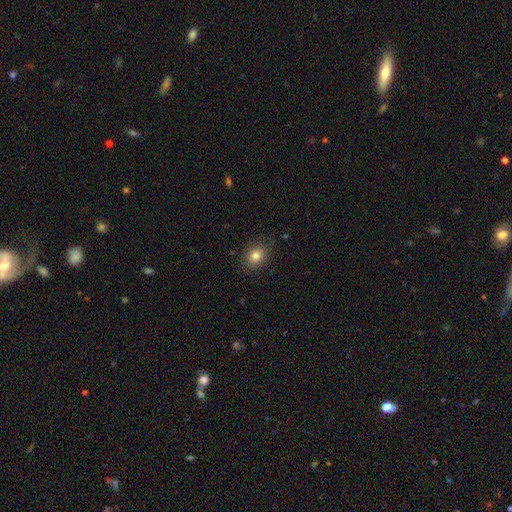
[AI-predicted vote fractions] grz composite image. It shows a smooth galaxy with no disk features (82%) that is round (50%). Merging: none (85%).